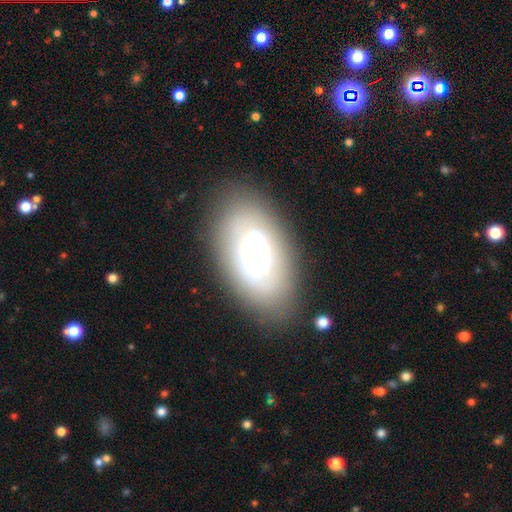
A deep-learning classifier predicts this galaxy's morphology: A featured or disk galaxy (53%). Merging: none (71%).